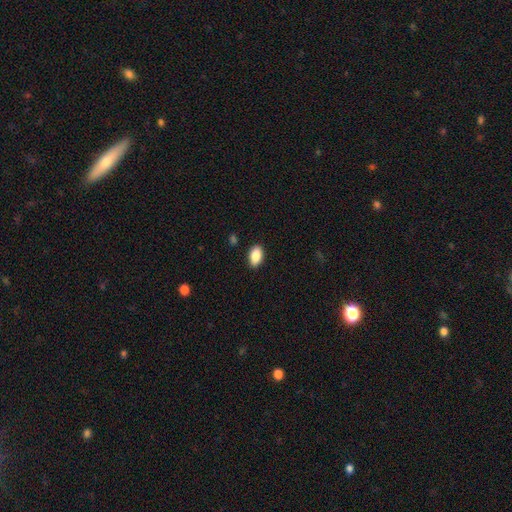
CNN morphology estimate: This appears to be a smooth galaxy with no disk features (88%) that is in between round and cigar-shaped (92%). Merging: none (89%).